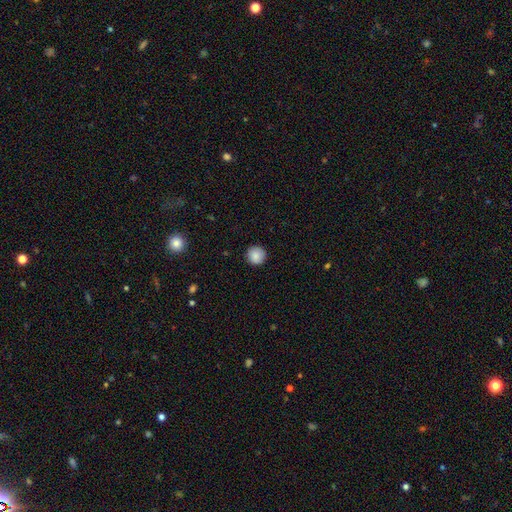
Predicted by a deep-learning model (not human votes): A smooth galaxy with no disk features (87%) that is round (95%).

Vote fractions:
- Smooth or featured? smooth: 87% / star or artifact: 8% / featured or disk: 4%
- How rounded? round: 95% / in between: 4% / cigar-shaped: 1%
- Merging? none: 91% / minor disturbance: 6% / major disturbance: 2% / merger: 1%